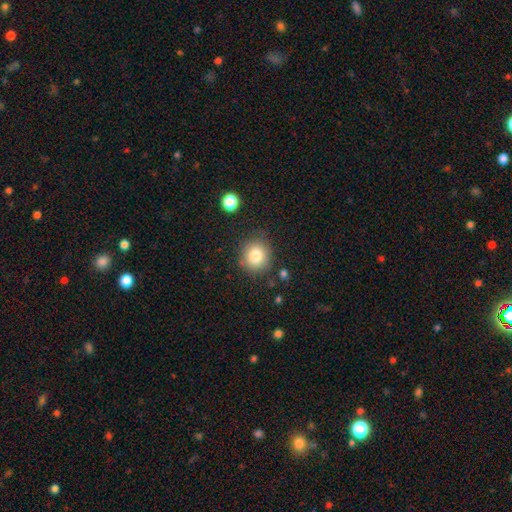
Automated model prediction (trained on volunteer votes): The model was most divided on "smooth or featured": smooth: 81%, star or artifact: 11%, featured or disk: 9%. More confident: how rounded — round (86%); merging — none (82%).